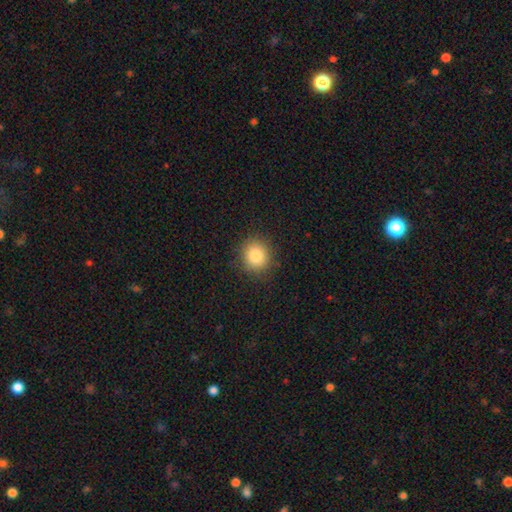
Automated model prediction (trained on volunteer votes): Smooth or featured? smooth (83%)
How rounded? round (84%)
Merging? none (87%)